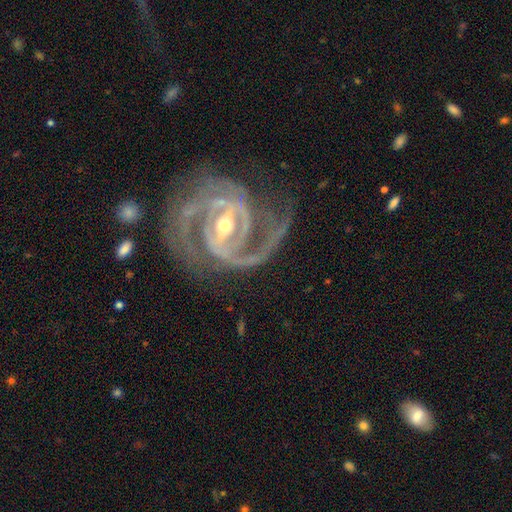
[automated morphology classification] A featured or disk galaxy (93%) with a strong bar (50%), 2 (71%) tight (51%) spiral arms (99%) and a moderate central bulge (50%).

Vote fractions:
- Smooth or featured? featured or disk: 93% / star or artifact: 5% / smooth: 2%
- Edge-on disk? no: 98% / yes: 2%
- Bar? strong: 50% / weak: 35% / no: 15%
- Spiral arms? yes: 99% / no: 1%
- Spiral winding? tight: 51% / medium: 44% / loose: 6%
- Spiral arm count? 2: 71% / 3: 16% / can't tell: 4% / 4: 3% / 1: 3% / more than 4: 3%
- Bulge size? moderate: 50% / small: 46% / large: 2% / none: 1% / dominant: 1%
- Merging? none: 71% / minor disturbance: 17% / major disturbance: 9% / merger: 2%